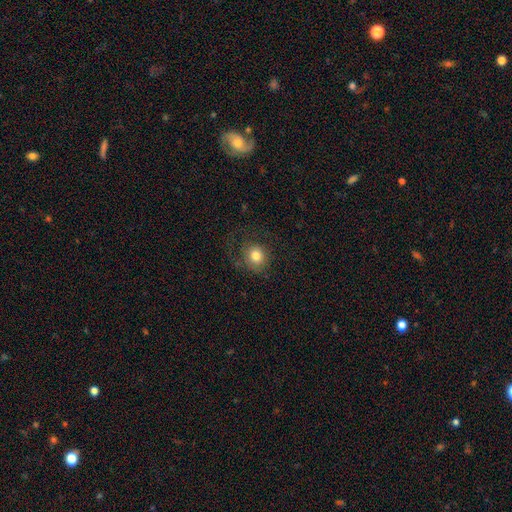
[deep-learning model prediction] This appears to be a smooth galaxy with no disk features (79%) that is round (83%). Merging: none (65%).